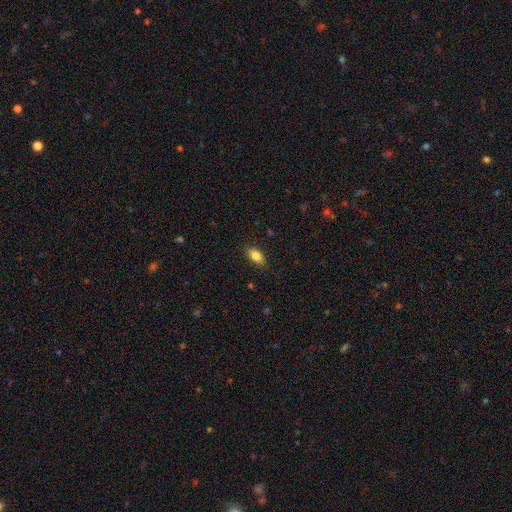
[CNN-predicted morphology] Overall: smooth (85%). How rounded: in between (90%). Merging: none (86%).